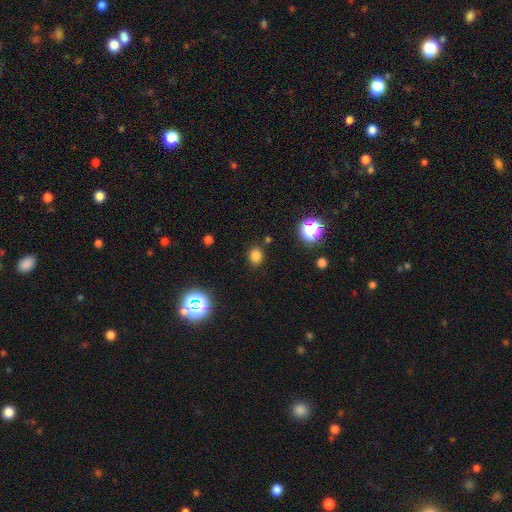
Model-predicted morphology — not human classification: Smooth or featured? Predicted: smooth (p=0.77). How rounded? Predicted: round (p=0.68). Merging? Predicted: none (p=0.83).